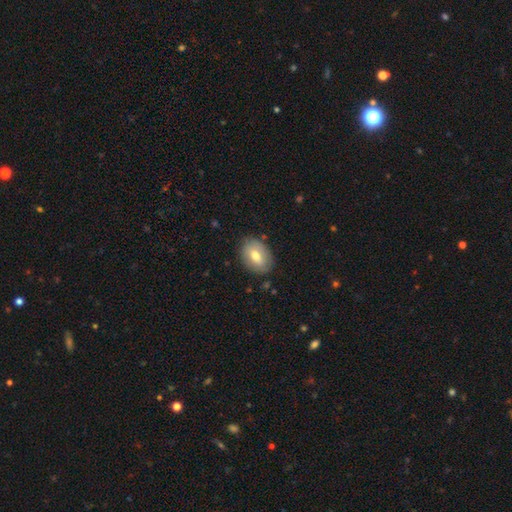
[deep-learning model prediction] Overall: smooth (64%; featured or disk 29%). How rounded: in between (84%). Merging: none (83%).